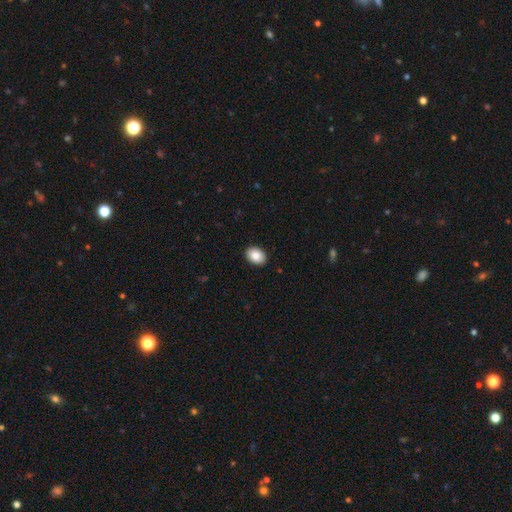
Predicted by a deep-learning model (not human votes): Overall: smooth (87%). How rounded: in between (77%). Merging: none (90%).